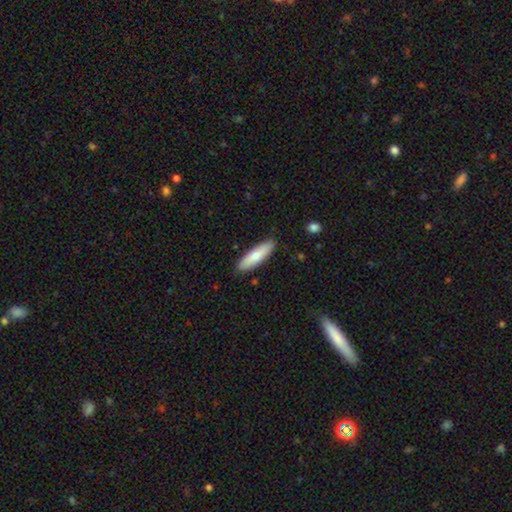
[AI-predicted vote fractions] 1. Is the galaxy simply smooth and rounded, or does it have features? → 73% smooth, 22% featured or disk, 5% star or artifact.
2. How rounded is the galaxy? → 61% cigar-shaped, 37% in between, 2% round.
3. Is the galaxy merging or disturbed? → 89% none, 8% minor disturbance, 2% major disturbance, 1% merger.